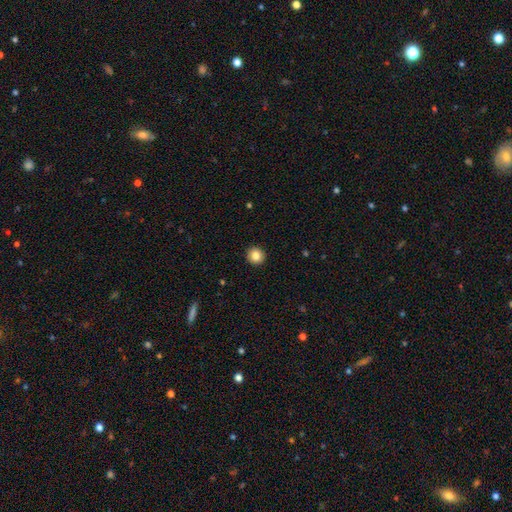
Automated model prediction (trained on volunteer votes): This appears to be a smooth galaxy with no disk features (84%) that is round (92%). Merging: none (93%).